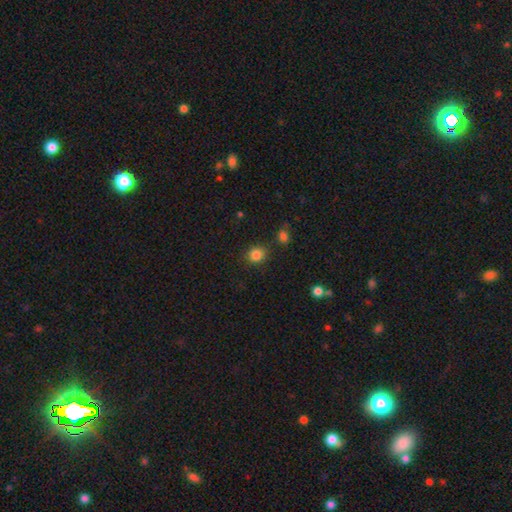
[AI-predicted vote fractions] Smooth or featured? smooth (84%)
How rounded? round (80%)
Merging? none (84%)